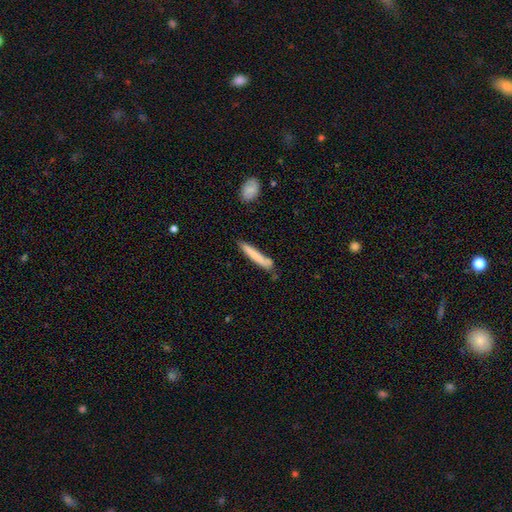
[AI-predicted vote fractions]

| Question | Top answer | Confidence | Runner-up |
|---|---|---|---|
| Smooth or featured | smooth | 74% | featured or disk (21%) |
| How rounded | cigar-shaped | 94% | in between (4%) |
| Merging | none | 70% | minor disturbance (20%) |